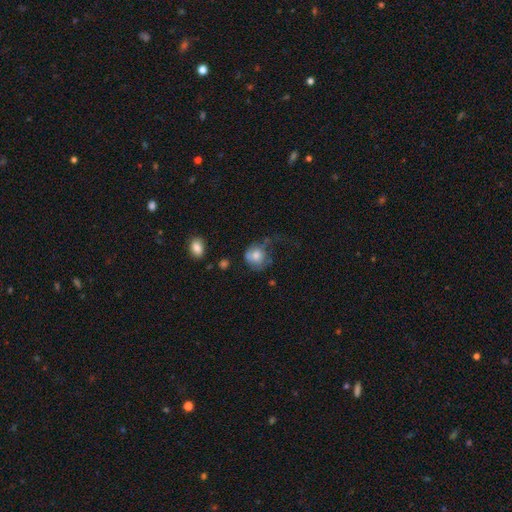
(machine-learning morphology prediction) The model was most divided on "merging": none: 39%, major disturbance: 29%, minor disturbance: 28%, merger: 5%. More confident: how rounded — round (73%); smooth or featured — smooth (66%).